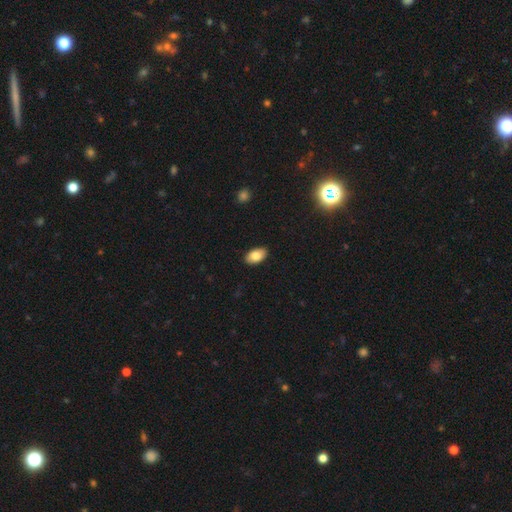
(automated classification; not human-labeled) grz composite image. It shows a smooth galaxy with no disk features (84%) that is in between round and cigar-shaped (93%). Merging: none (88%).